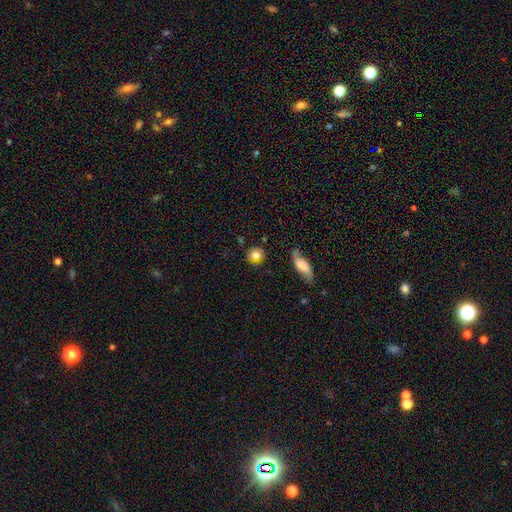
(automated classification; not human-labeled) Morphology: type=smooth (80%); roundness=round (82%); merging=none (80%).